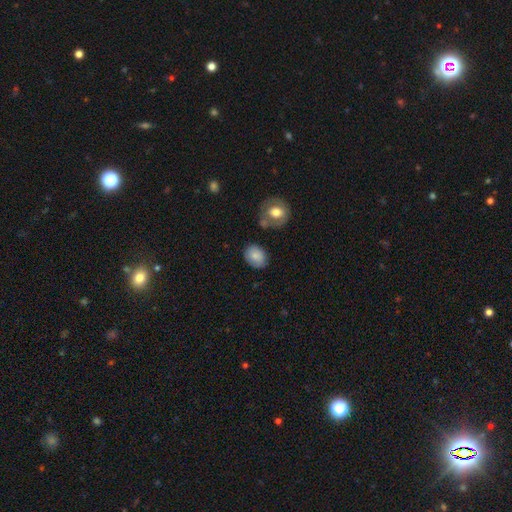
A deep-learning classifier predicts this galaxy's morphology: smooth-or-featured: smooth: 80% | featured or disk: 12% | star or artifact: 7%
  how-rounded: in between: 58% | round: 41% | cigar-shaped: 1%
  merging: none: 74% | minor disturbance: 16% | merger: 5% | major disturbance: 4%